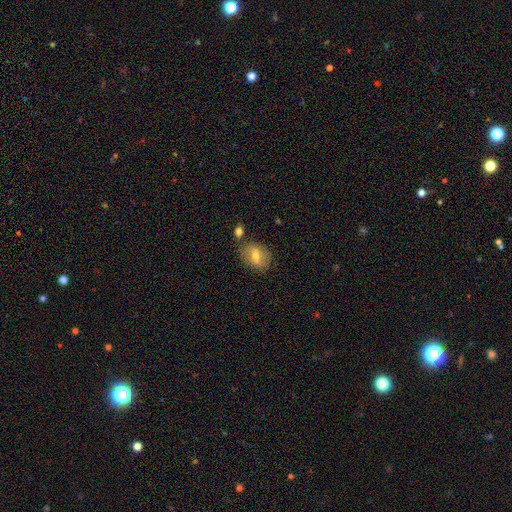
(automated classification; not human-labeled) This is likely a smooth galaxy (60%). How rounded: likely in between (64%). Merging: likely none (73%).